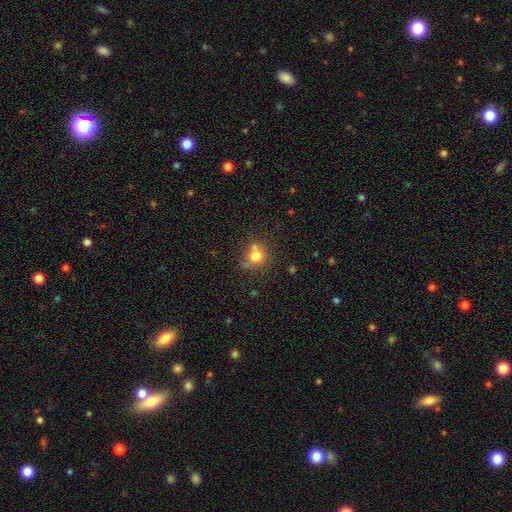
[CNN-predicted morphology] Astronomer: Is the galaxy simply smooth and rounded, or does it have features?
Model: smooth — 75%.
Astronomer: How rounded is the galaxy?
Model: round — 77%.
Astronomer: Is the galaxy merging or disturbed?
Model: none — 52%.